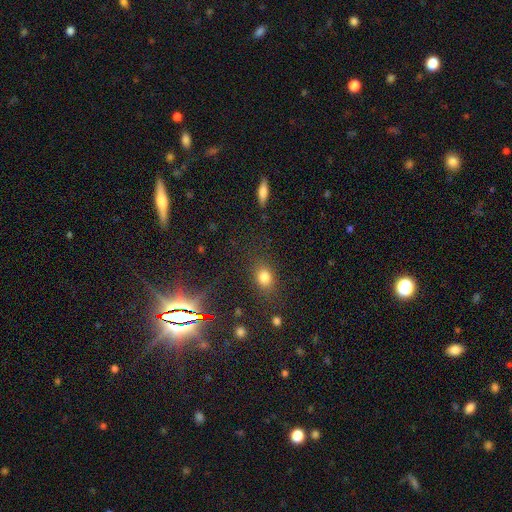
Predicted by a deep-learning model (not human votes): The model was most divided on "how rounded": in between: 55%, round: 40%, cigar-shaped: 5%. More confident: merging — none (84%); smooth or featured — smooth (52%).